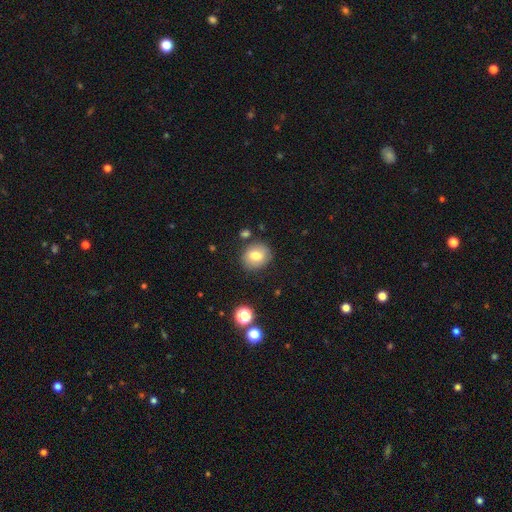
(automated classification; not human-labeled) The model was most divided on "how rounded": round: 72%, in between: 27%, cigar-shaped: 1%. More confident: merging — none (82%); smooth or featured — smooth (77%).